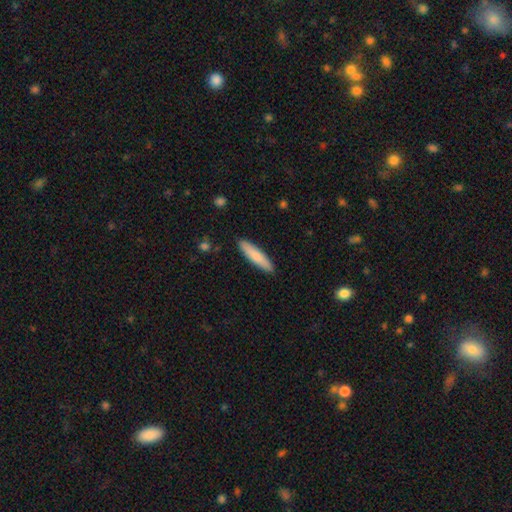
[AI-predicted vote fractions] A smooth galaxy with no disk features (82%) that is cigar-shaped (81%).

Vote fractions:
- Smooth or featured? smooth: 82% / featured or disk: 13% / star or artifact: 5%
- How rounded? cigar-shaped: 81% / in between: 17% / round: 1%
- Merging? none: 90% / minor disturbance: 8% / major disturbance: 2% / merger: 1%